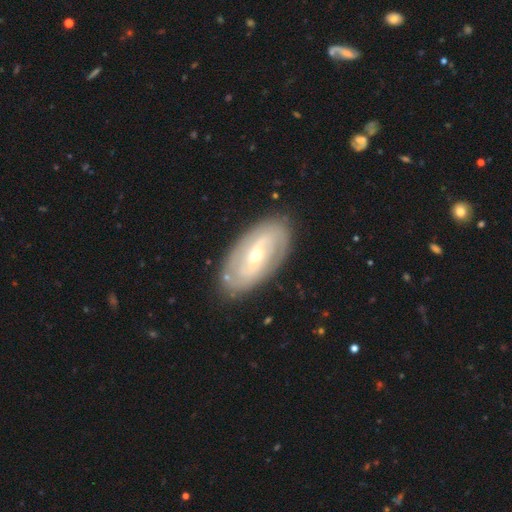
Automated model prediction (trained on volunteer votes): Smooth or featured? featured or disk (77%)
Edge-on disk? no (93%)
Bar? weak (39%)
Spiral arms? yes (79%)
Spiral winding? tight (53%)
Spiral arm count? 2 (60%)
Bulge size? small (62%)
Merging? none (83%)